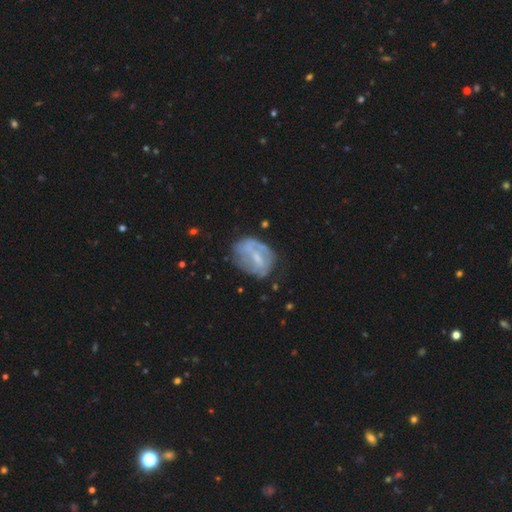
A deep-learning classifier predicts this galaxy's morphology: A featured or disk galaxy (62%) with a weak bar (48%), spiral arms (55%) and a small central bulge (44%). Merging: none (54%).